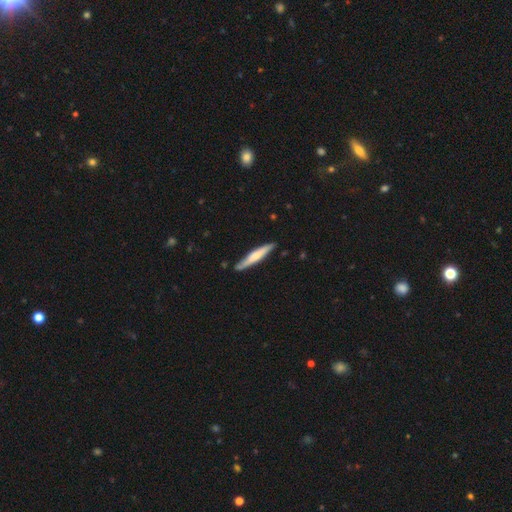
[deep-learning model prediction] smooth_or_featured: smooth (p=0.52) [alt: featured or disk p=0.43]
how_rounded: cigar-shaped (p=0.92) [alt: in between p=0.07]
merging: none (p=0.83) [alt: minor disturbance p=0.13]